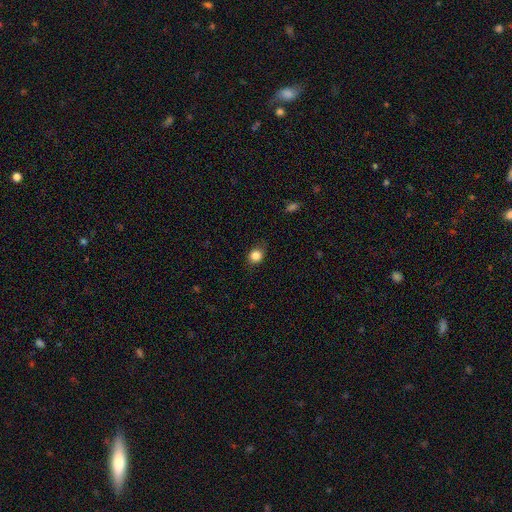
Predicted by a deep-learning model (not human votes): Morphology: type=smooth (84%); roundness=round (69%); merging=none (78%).